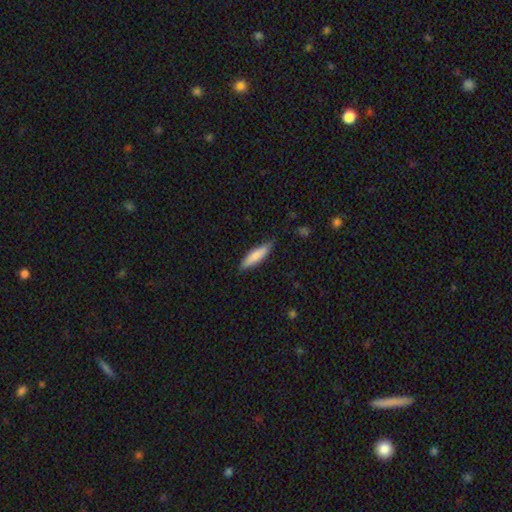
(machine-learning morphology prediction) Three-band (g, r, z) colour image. It shows a smooth galaxy with no disk features (80%) that is cigar-shaped (73%). Merging: none (83%).